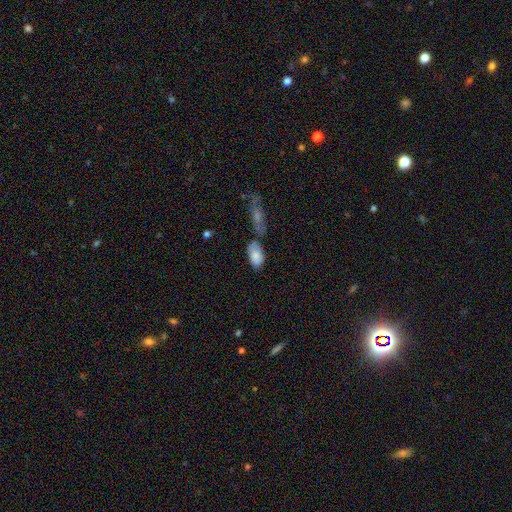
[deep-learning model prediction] Smooth or featured: smooth — 81% (featured or disk — 12%)
How rounded: in between — 92% (round — 4%)
Merging: none — 51% (minor disturbance — 24%)